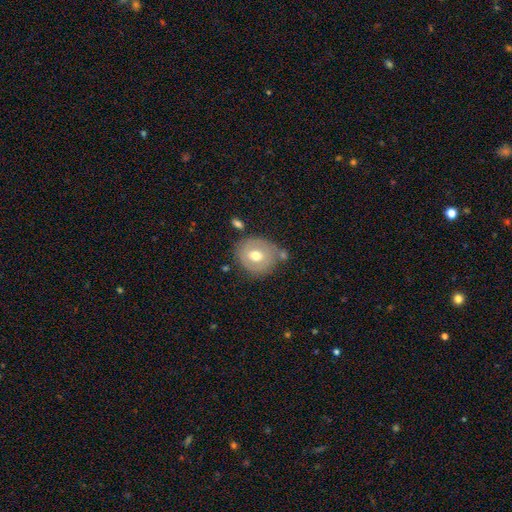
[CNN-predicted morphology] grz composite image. It shows a smooth galaxy with no disk features (52%) that is round (78%). Merging: none (66%).